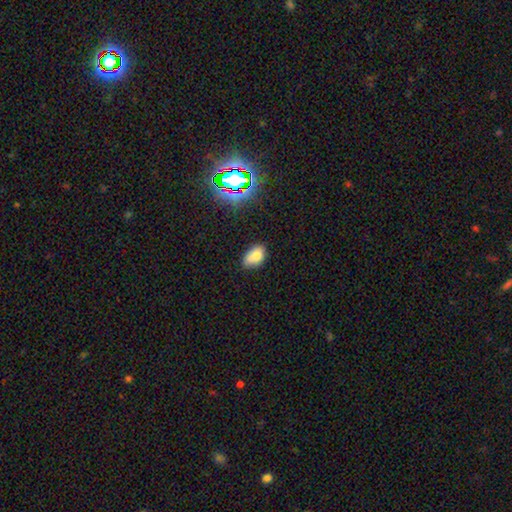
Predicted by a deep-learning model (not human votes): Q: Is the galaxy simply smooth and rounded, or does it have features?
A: smooth — 81%.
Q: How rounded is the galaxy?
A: in between — 90%.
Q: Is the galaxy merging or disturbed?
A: none — 65%.